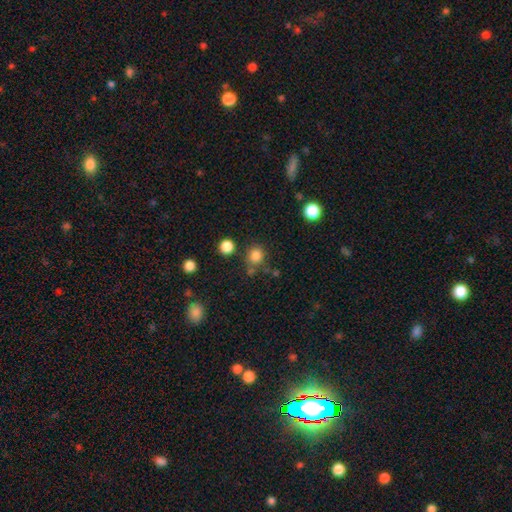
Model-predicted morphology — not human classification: A smooth galaxy with no disk features (82%) that is round (86%).

Vote fractions:
- Smooth or featured? smooth: 82% / star or artifact: 13% / featured or disk: 5%
- How rounded? round: 86% / in between: 13% / cigar-shaped: 1%
- Merging? none: 72% / minor disturbance: 12% / merger: 11% / major disturbance: 5%